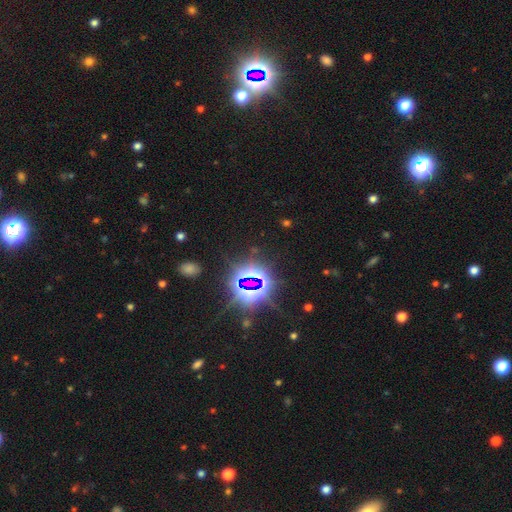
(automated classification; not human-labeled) star or artifact 82%, smooth 10%, featured or disk 8%.